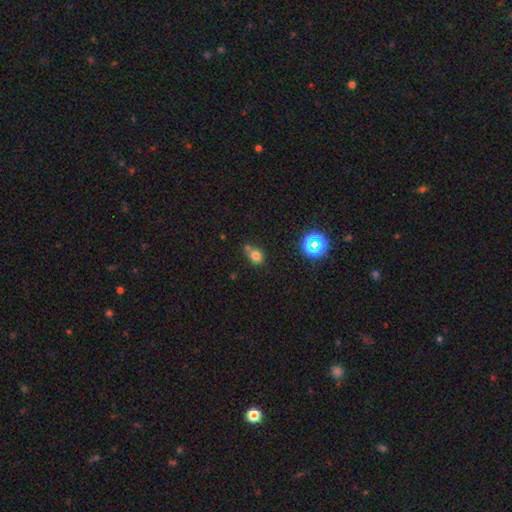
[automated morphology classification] smooth_or_featured: smooth (p=0.75) [alt: star or artifact p=0.17]
how_rounded: round (p=0.63) [alt: in between p=0.36]
merging: none (p=0.53) [alt: merger p=0.27]